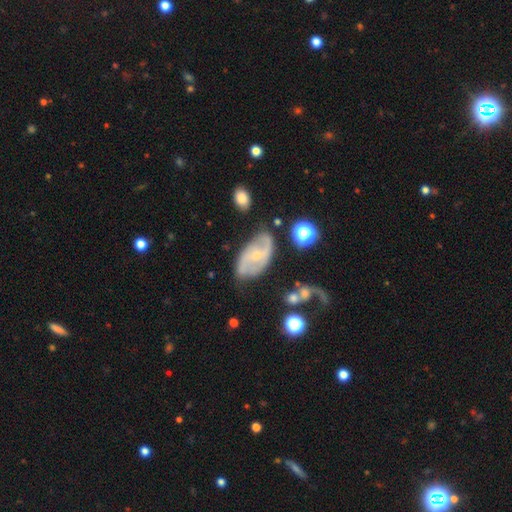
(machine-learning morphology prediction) A featured or disk galaxy (75%) with no bar (55%), 2 (77%) medium (42%) spiral arms (88%) and a small central bulge (68%). Merging: none (62%).